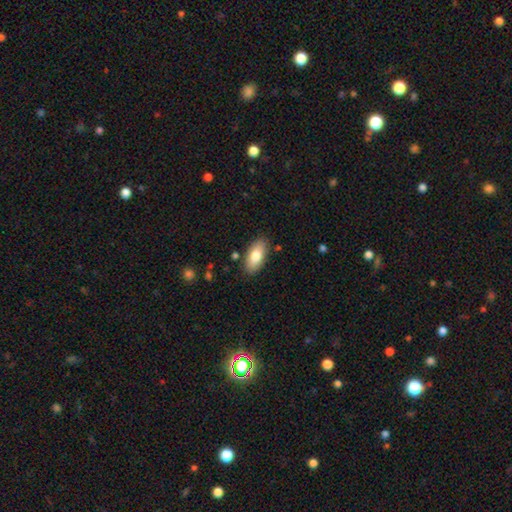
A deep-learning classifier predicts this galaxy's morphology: Q: Smooth or featured?
A: smooth (79%); runner-up: featured or disk (15%)
Q: How rounded?
A: in between (89%); runner-up: cigar-shaped (9%)
Q: Merging?
A: none (85%); runner-up: minor disturbance (11%)